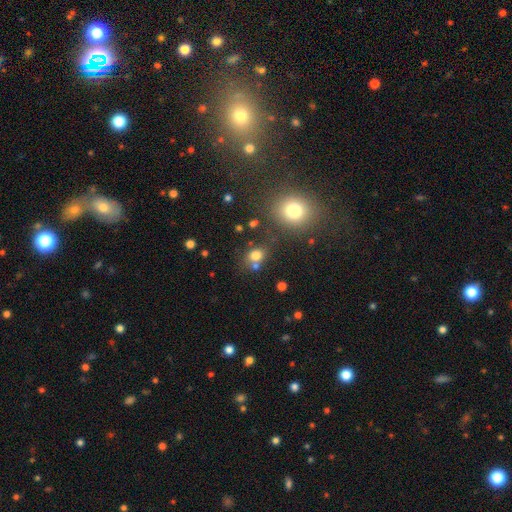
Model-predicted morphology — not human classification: type=smooth (75%); roundness=round (61%); merging=none (59%).